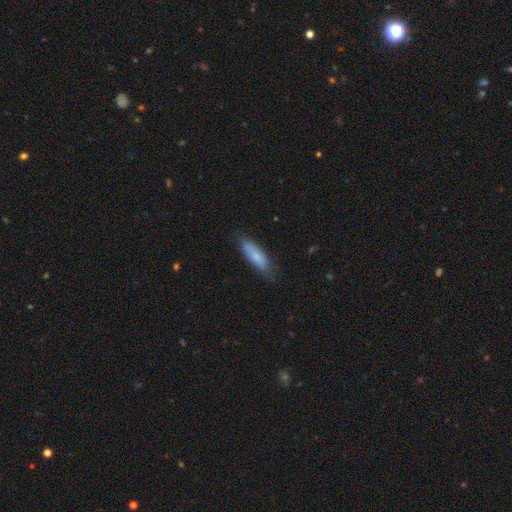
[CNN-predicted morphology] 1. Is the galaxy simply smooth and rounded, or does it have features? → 76% smooth, 18% featured or disk, 6% star or artifact.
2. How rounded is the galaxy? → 56% cigar-shaped, 43% in between, 2% round.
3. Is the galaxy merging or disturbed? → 75% none, 20% minor disturbance, 4% major disturbance, 1% merger.